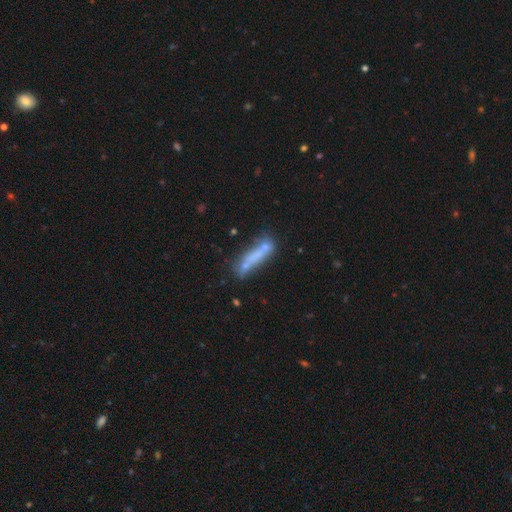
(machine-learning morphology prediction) A smooth galaxy with no disk features (55%) that is cigar-shaped (83%).

Vote fractions:
- Smooth or featured? smooth: 55% / featured or disk: 34% / star or artifact: 12%
- How rounded? cigar-shaped: 83% / in between: 15% / round: 2%
- Merging? none: 47% / merger: 24% / minor disturbance: 18% / major disturbance: 10%